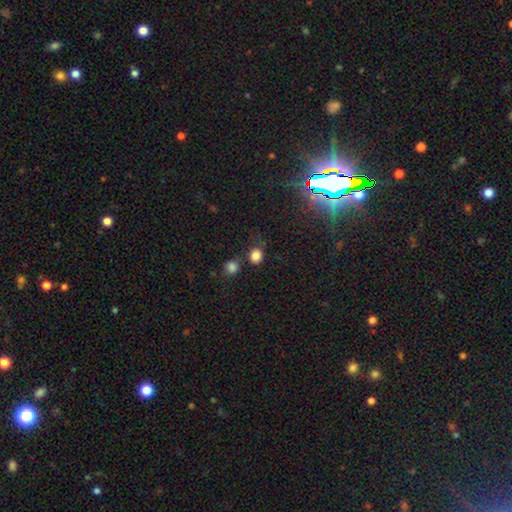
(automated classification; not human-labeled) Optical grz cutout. It shows a smooth galaxy with no disk features (81%) that is round (76%). Merging: none (70%).